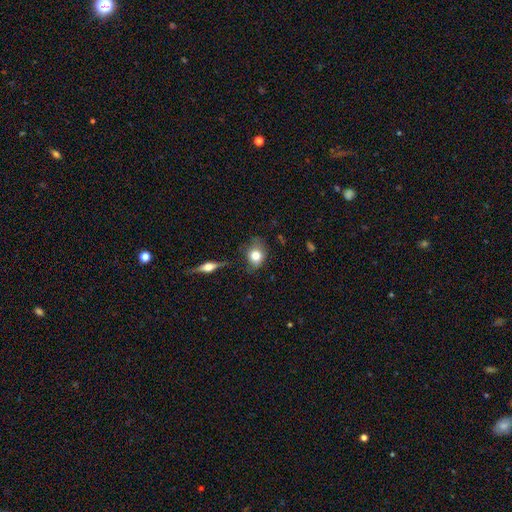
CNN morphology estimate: Smooth or featured? Predicted: smooth (p=0.76). How rounded? Predicted: in between (p=0.49, tied with round). Merging? Predicted: none (p=0.64).